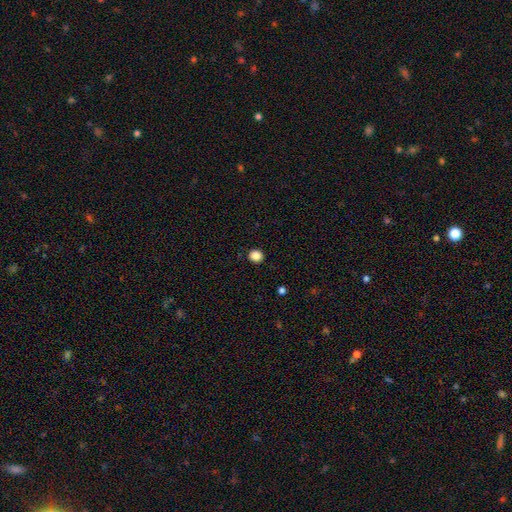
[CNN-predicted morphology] smooth-or-featured: smooth: 86% | star or artifact: 11% | featured or disk: 3%
  how-rounded: round: 84% | in between: 15% | cigar-shaped: 1%
  merging: none: 91% | minor disturbance: 6% | major disturbance: 2% | merger: 1%